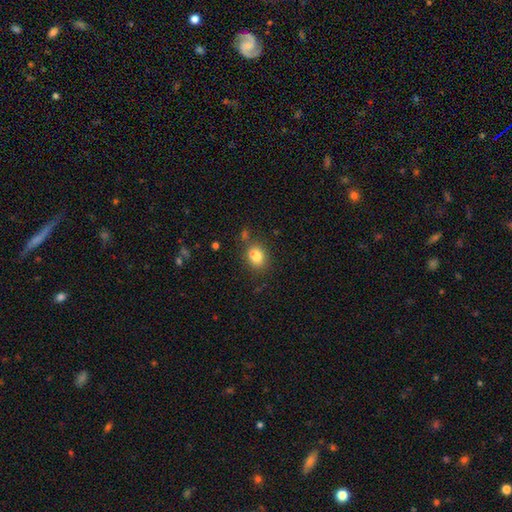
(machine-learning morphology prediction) Q: Smooth or featured?
A: smooth (82%); runner-up: star or artifact (10%)
Q: How rounded?
A: in between (58%); runner-up: round (41%)
Q: Merging?
A: none (65%); runner-up: minor disturbance (16%)